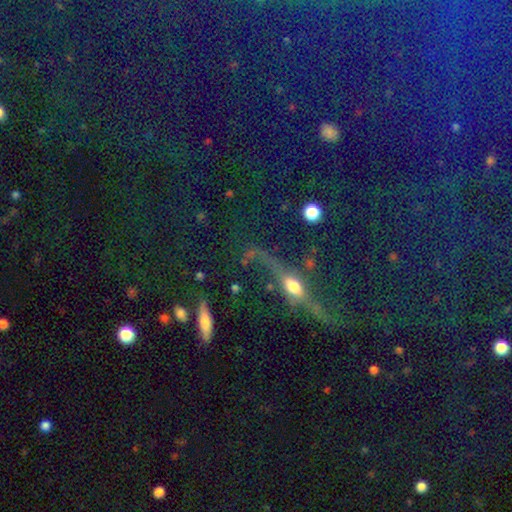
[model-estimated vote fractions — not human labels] Smooth or featured: featured or disk — 57% (star or artifact — 27%)
Edge-on disk: yes — 54% (no — 46%)
Merging: none — 69% (minor disturbance — 15%)